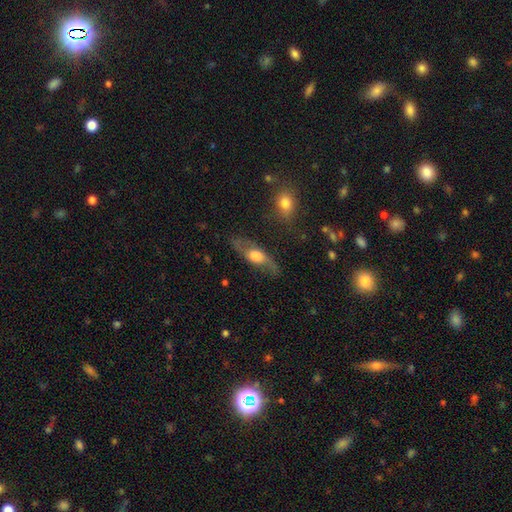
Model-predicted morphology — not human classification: Smooth or featured?
  - featured or disk: 57% *
  - smooth: 36%
  - star or artifact: 7%
Edge-on disk?
  - no: 60% *
  - yes: 40%
Merging?
  - none: 68% *
  - minor disturbance: 19%
  - major disturbance: 10%
  - merger: 3%